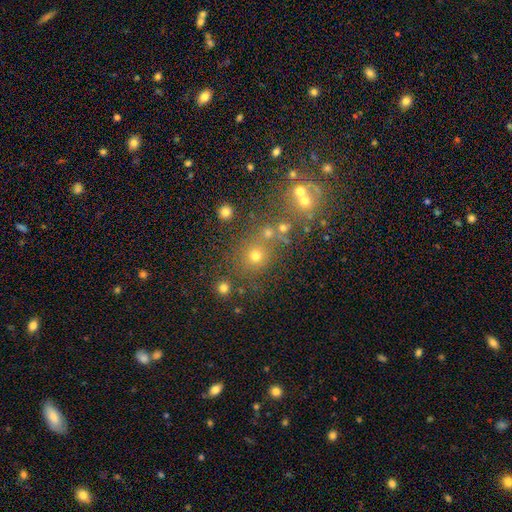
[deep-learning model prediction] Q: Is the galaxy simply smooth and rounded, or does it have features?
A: smooth — 63%.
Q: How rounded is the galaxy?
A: round — 86%.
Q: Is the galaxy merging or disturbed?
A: none — 69%.